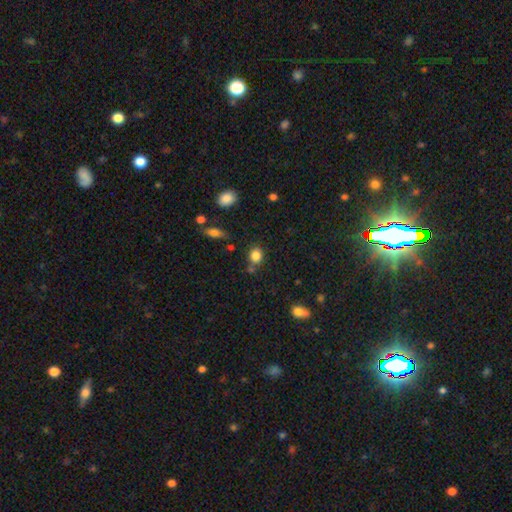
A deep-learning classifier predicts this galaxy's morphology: Smooth or featured? smooth (83%)
How rounded? round (60%)
Merging? none (70%)